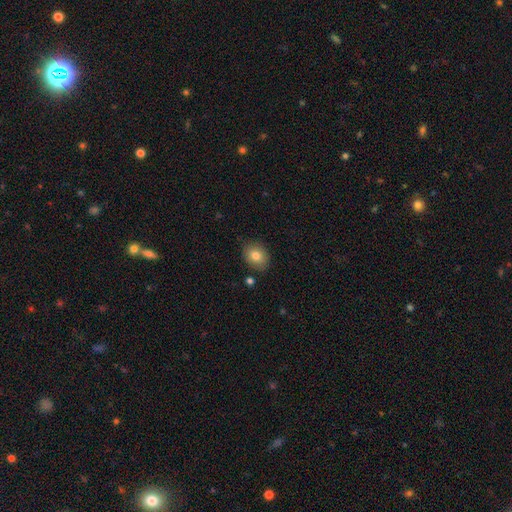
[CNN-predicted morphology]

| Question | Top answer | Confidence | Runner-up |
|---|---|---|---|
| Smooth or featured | smooth | 81% | featured or disk (10%) |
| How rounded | in between | 59% | round (40%) |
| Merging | none | 82% | minor disturbance (13%) |